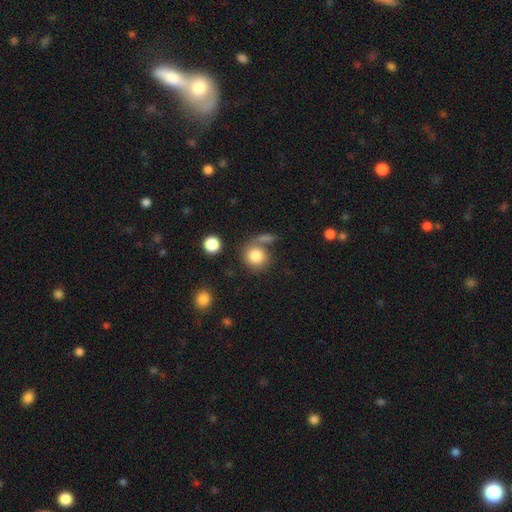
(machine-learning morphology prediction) smooth 82%, featured or disk 9%, star or artifact 9%. Down the decision tree: how rounded — round (85%); merging — none (55%).